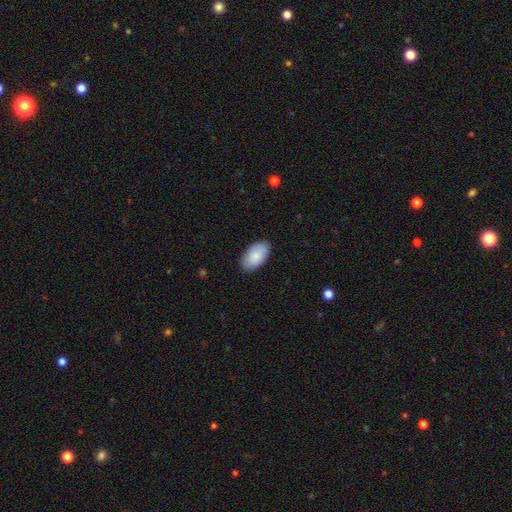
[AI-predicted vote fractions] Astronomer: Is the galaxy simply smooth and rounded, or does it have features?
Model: smooth — 86%.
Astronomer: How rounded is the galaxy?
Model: in between — 96%.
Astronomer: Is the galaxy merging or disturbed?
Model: none — 87%.